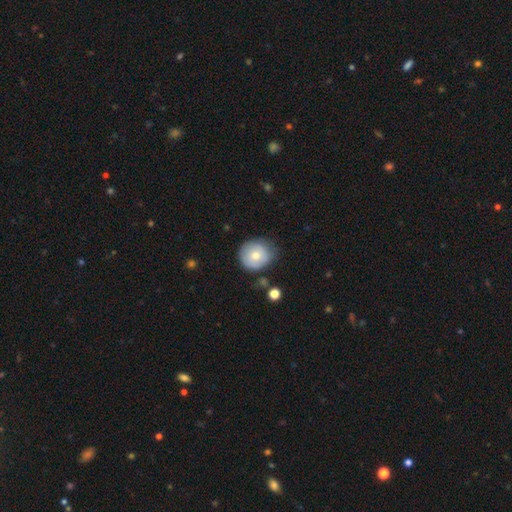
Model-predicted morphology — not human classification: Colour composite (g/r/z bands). It shows a smooth galaxy with no disk features (70%) that is round (81%). Merging: none (65%).